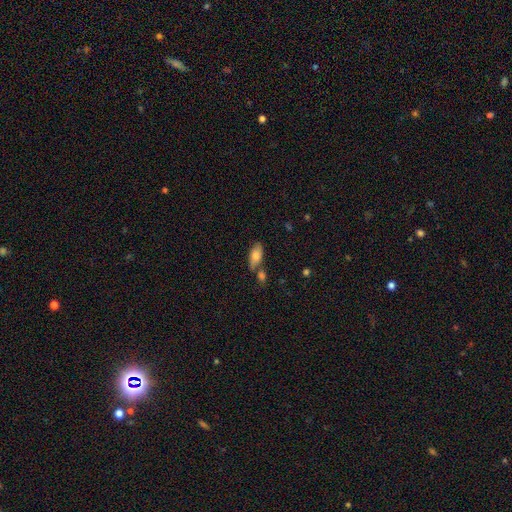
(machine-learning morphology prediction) This appears to be a smooth galaxy with no disk features (75%) that is in between round and cigar-shaped (83%). Merging: none (59%).